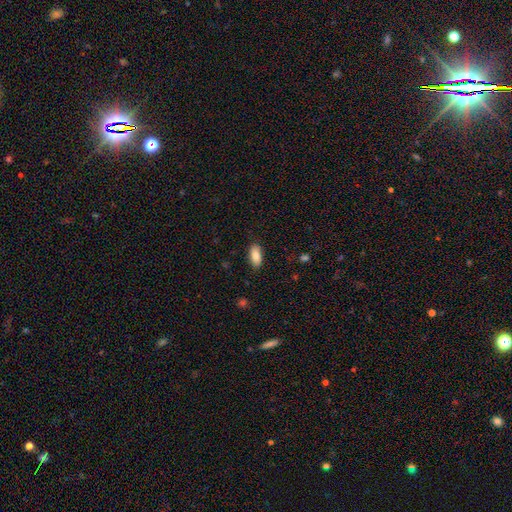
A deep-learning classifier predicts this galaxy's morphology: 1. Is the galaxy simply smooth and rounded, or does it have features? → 86% smooth, 7% featured or disk, 7% star or artifact.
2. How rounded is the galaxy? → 90% in between, 8% cigar-shaped, 2% round.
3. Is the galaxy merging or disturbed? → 87% none, 10% minor disturbance, 2% major disturbance, 1% merger.